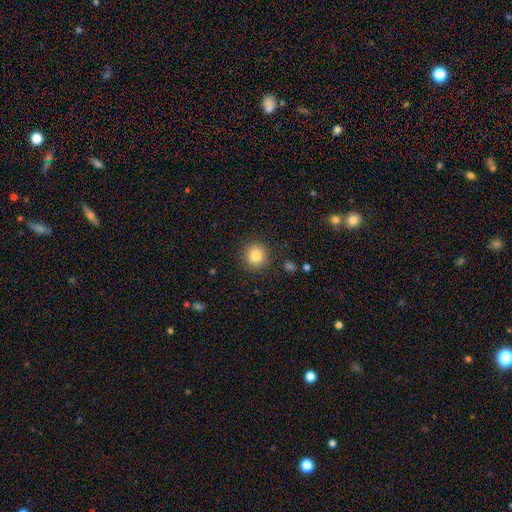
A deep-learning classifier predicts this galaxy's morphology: Smooth or featured: smooth — 84% (star or artifact — 10%)
How rounded: round — 92% (in between — 7%)
Merging: none — 90% (minor disturbance — 7%)